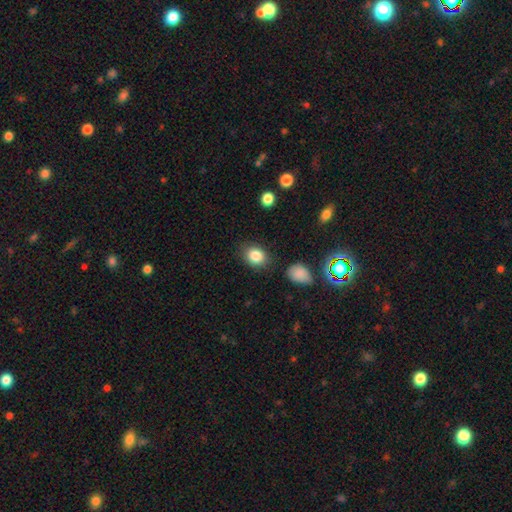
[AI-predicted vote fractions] This appears to be a smooth galaxy with no disk features (85%) that is in between round and cigar-shaped (51%). Merging: none (80%).